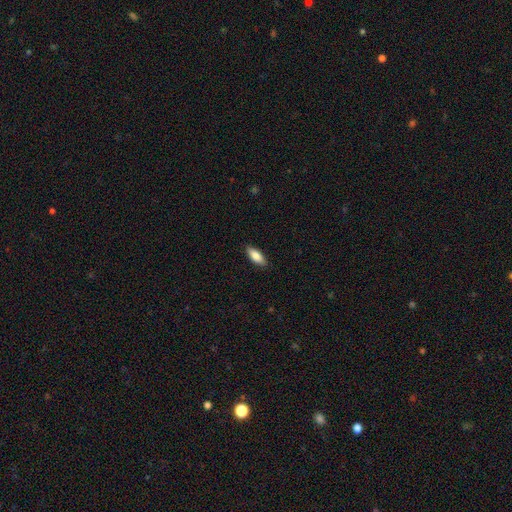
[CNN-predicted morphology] This appears to be a smooth galaxy with no disk features (84%) that is in between round and cigar-shaped (74%). Merging: none (88%).